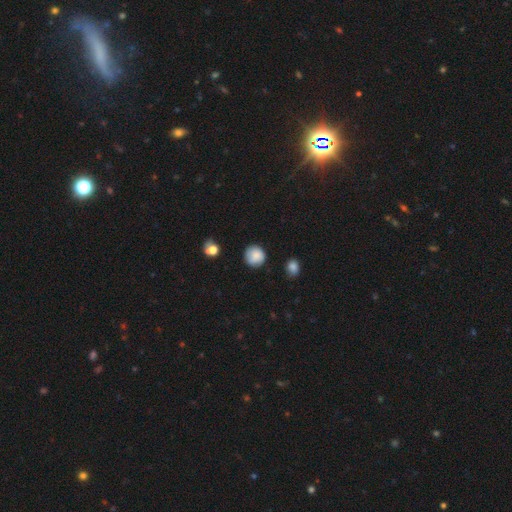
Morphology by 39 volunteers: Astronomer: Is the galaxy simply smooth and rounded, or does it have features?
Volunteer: smooth — 82%.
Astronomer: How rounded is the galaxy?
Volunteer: round — 91%.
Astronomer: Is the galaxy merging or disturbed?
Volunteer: none — 72%.